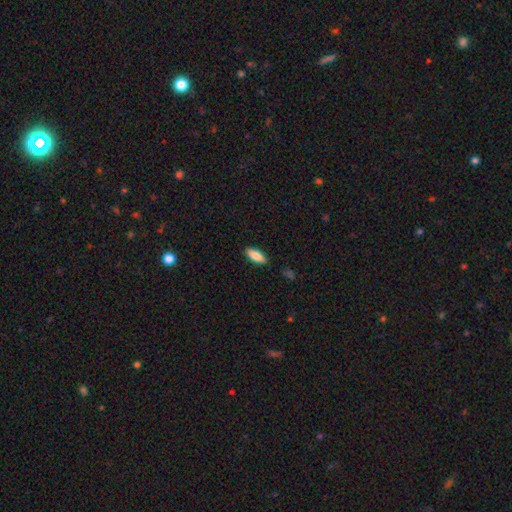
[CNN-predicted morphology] type=smooth (84%); roundness=in between (73%); merging=none (87%).